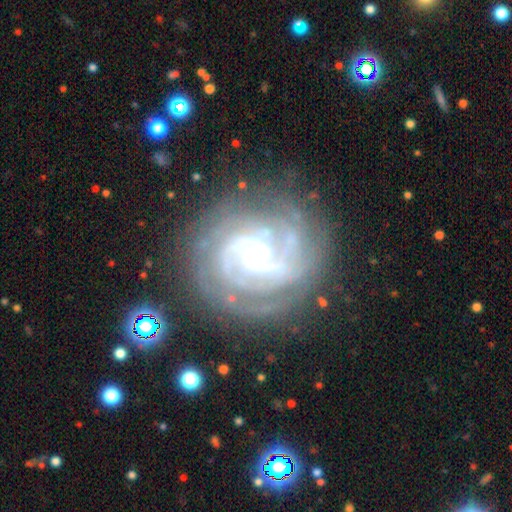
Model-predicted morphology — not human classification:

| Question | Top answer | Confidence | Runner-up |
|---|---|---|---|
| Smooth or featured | featured or disk | 88% | star or artifact (6%) |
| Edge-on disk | no | 97% | yes (3%) |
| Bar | no | 52% | weak (34%) |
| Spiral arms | yes | 96% | no (4%) |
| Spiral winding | tight | 68% | medium (27%) |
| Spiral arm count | can't tell | 24% | tied: 3 (24%), 2 (24%) |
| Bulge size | small | 60% | moderate (35%) |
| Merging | none | 77% | minor disturbance (15%) |